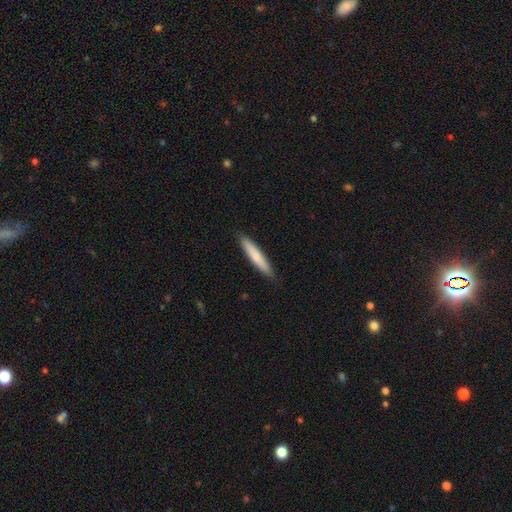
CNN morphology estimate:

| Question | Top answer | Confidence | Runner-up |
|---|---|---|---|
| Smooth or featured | smooth | 75% | featured or disk (20%) |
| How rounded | cigar-shaped | 92% | in between (6%) |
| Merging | none | 90% | minor disturbance (8%) |